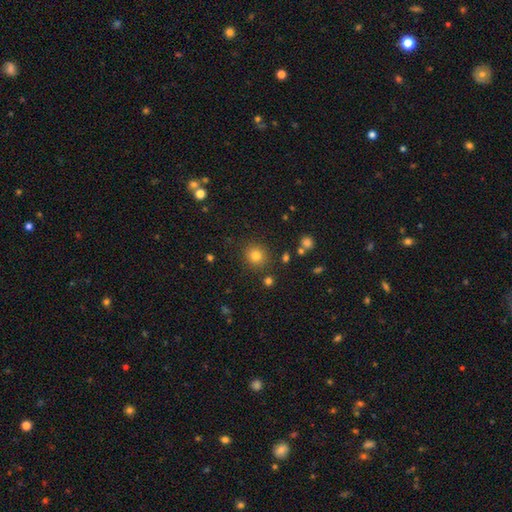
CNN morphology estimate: The model was most divided on "smooth or featured": smooth: 82%, star or artifact: 13%, featured or disk: 6%. More confident: how rounded — round (89%); merging — none (87%).